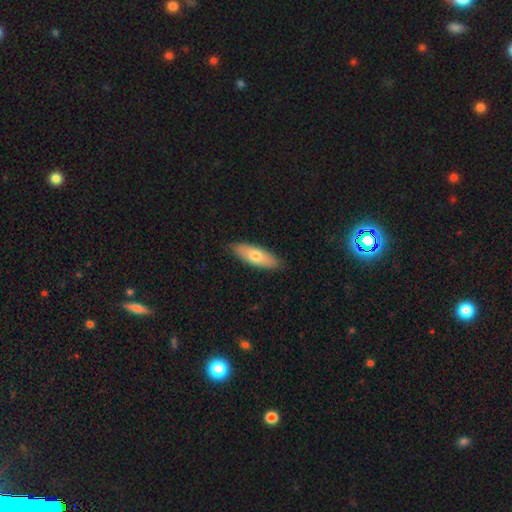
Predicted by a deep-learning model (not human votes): Q: Smooth or featured?
A: smooth (68%); runner-up: featured or disk (26%)
Q: How rounded?
A: in between (61%); runner-up: cigar-shaped (37%)
Q: Merging?
A: none (86%); runner-up: minor disturbance (11%)